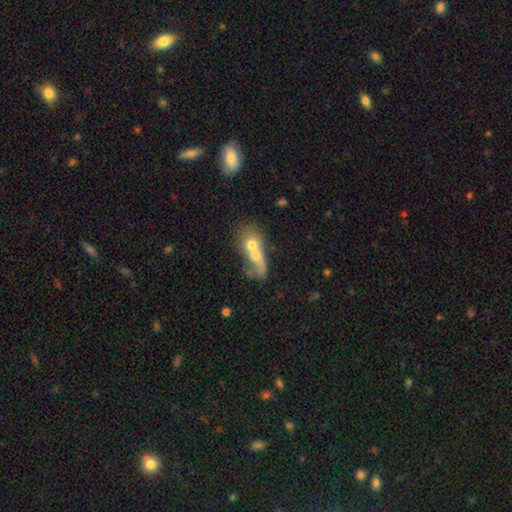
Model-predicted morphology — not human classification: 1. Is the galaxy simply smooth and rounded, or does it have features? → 55% smooth, 35% featured or disk, 10% star or artifact.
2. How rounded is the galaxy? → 53% in between, 36% round, 11% cigar-shaped.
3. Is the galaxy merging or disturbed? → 76% merger, 10% none, 9% major disturbance, 5% minor disturbance.